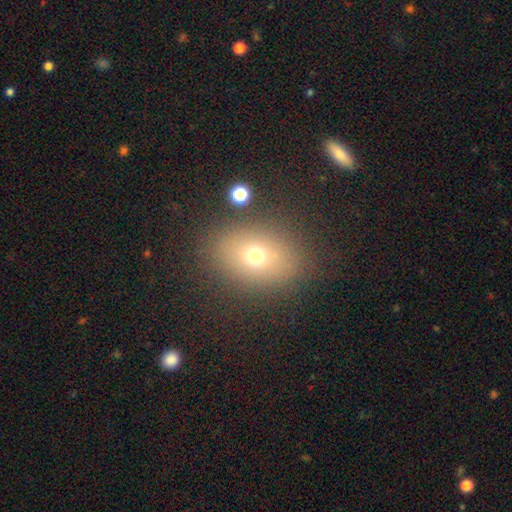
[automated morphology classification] This is likely a smooth galaxy (69%). How rounded: likely in between (65%). Merging: clearly none (82%).